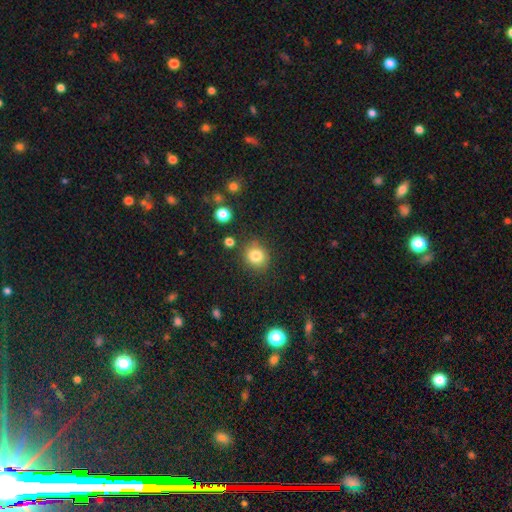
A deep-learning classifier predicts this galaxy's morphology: smooth 82%, star or artifact 11%, featured or disk 7%. Down the decision tree: how rounded — round (82%); merging — none (83%).